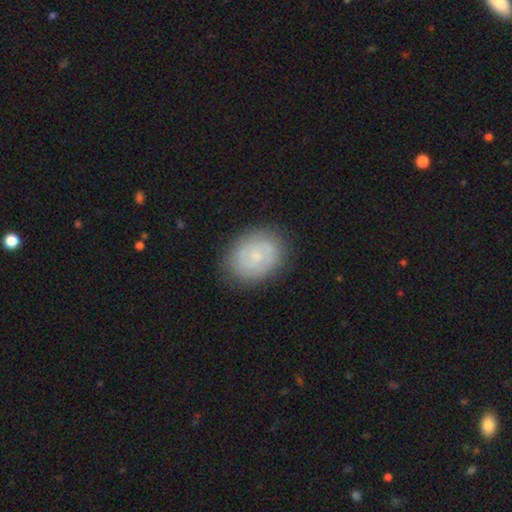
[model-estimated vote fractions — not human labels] Q: Smooth or featured?
A: featured or disk (51%); runner-up: smooth (41%)
Q: Edge-on disk?
A: no (97%); runner-up: yes (3%)
Q: Merging?
A: none (82%); runner-up: minor disturbance (13%)